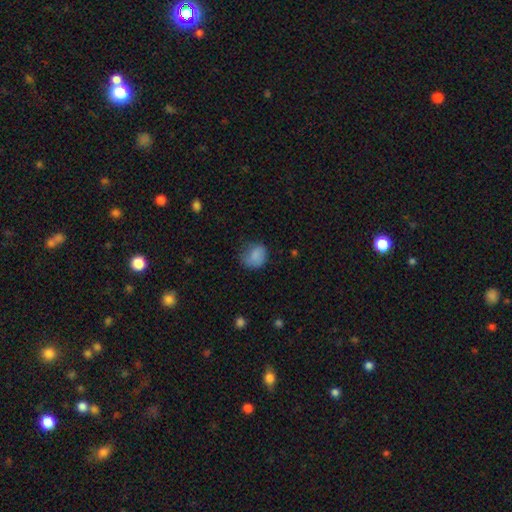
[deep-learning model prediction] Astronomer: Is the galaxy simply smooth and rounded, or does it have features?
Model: smooth — 81%.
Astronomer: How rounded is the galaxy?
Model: round — 57% (runner-up: in between, 42%).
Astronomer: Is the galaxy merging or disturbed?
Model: none — 53% (runner-up: minor disturbance, 32%).